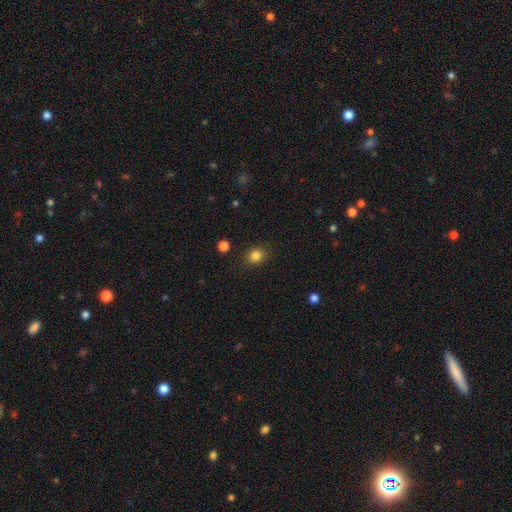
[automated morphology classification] smooth 84%, star or artifact 11%, featured or disk 5%. Down the decision tree: how rounded — round (67%); merging — none (87%).